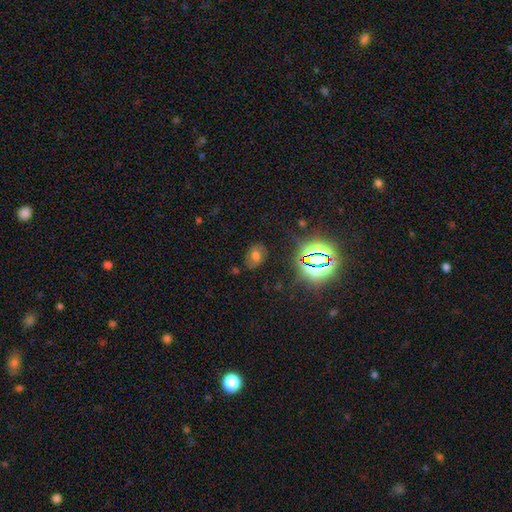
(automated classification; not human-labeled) Q: Smooth or featured?
A: smooth (50%); runner-up: star or artifact (30%)
Q: How rounded?
A: in between (73%); runner-up: round (25%)
Q: Merging?
A: none (75%); runner-up: minor disturbance (17%)